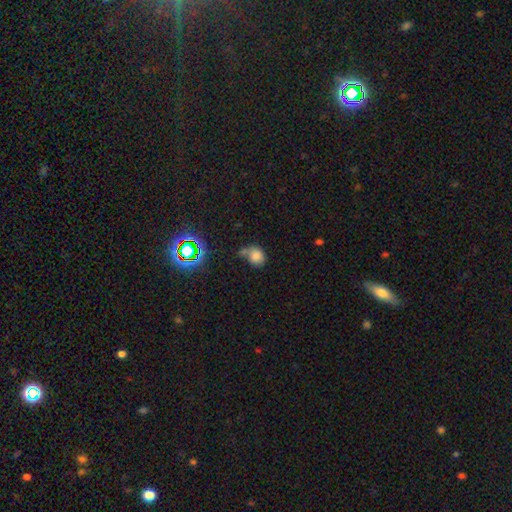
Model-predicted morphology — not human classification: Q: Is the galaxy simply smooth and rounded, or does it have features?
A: smooth — 75%.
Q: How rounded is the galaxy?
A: round — 59%.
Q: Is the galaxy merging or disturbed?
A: none — 38%.